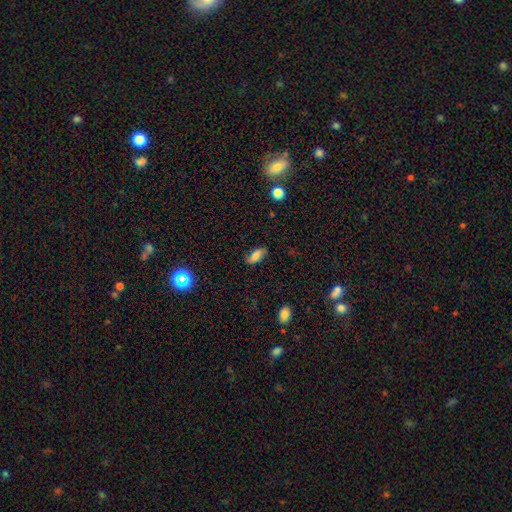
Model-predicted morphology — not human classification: smooth-or-featured: smooth: 71% | featured or disk: 20% | star or artifact: 10%
  how-rounded: in between: 84% | cigar-shaped: 12% | round: 4%
  merging: none: 79% | minor disturbance: 16% | major disturbance: 4% | merger: 1%